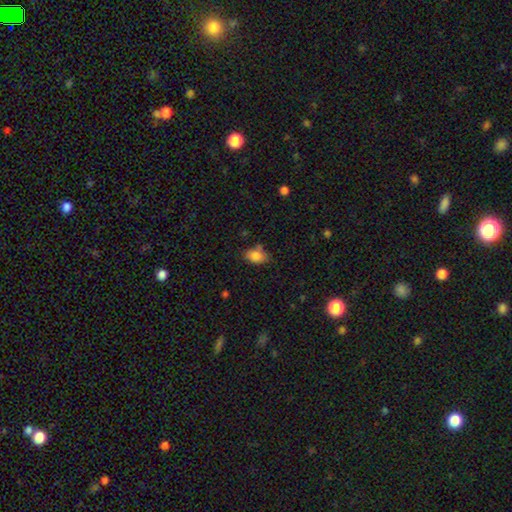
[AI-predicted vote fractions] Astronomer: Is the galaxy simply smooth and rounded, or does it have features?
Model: smooth — 84%.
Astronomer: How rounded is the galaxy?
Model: in between — 84%.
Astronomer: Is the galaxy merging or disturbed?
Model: none — 69%.